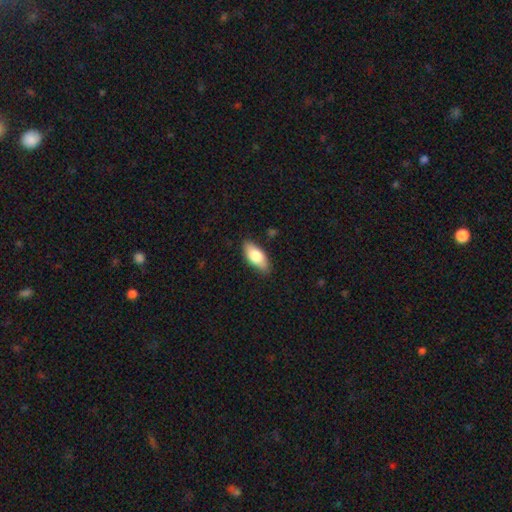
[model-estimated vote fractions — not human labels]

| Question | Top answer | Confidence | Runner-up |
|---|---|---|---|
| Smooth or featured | smooth | 77% | featured or disk (17%) |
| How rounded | in between | 85% | cigar-shaped (12%) |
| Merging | none | 84% | minor disturbance (12%) |